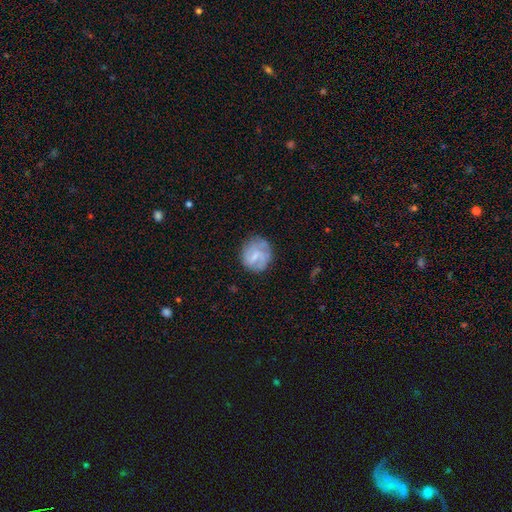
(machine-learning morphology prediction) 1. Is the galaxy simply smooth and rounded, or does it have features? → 55% featured or disk, 39% smooth, 7% star or artifact.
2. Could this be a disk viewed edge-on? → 98% no, 2% yes.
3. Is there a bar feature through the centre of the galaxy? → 55% weak, 30% no, 15% strong.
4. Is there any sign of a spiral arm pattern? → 78% yes, 22% no.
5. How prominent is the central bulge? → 48% small, 26% none, 23% moderate, 2% large, 1% dominant.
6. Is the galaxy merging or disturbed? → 69% none, 20% minor disturbance, 10% major disturbance, 2% merger.